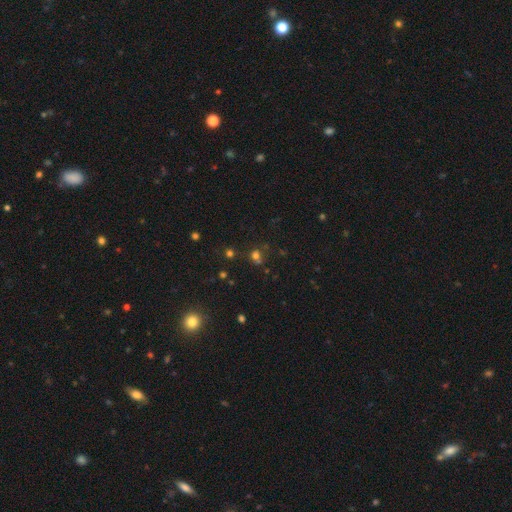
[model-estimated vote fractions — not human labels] Overall: smooth (60%; star or artifact 31%). How rounded: round (79%). Merging: none (59%; merger 22%).